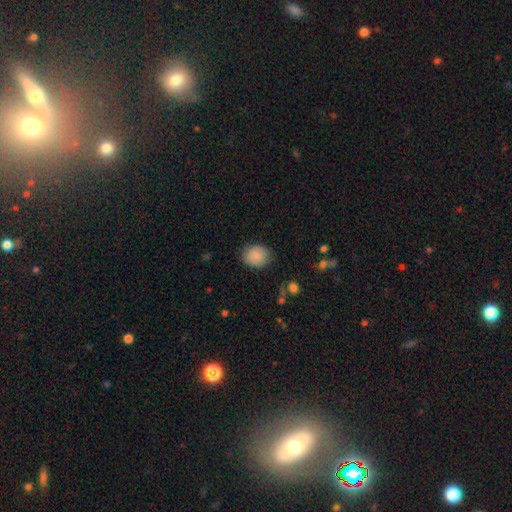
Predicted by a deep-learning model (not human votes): The model was most divided on "how rounded": round: 54%, in between: 45%, cigar-shaped: 1%. More confident: smooth or featured — smooth (88%); merging — none (84%).